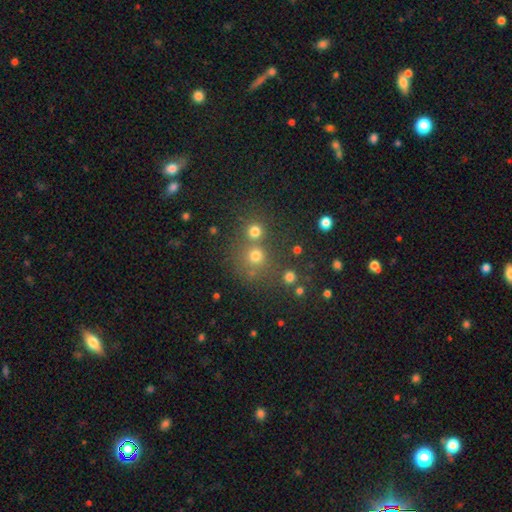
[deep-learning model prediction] Overall: smooth (69%). How rounded: round (89%). Merging: none (62%; merger 27%).